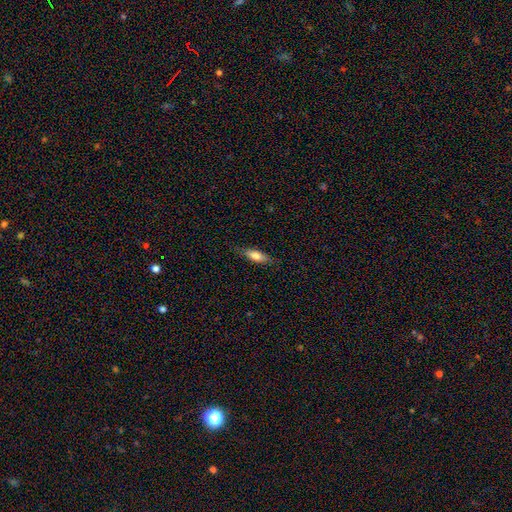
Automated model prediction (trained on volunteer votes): Smooth or featured? smooth (71%)
How rounded? in between (50%)
Merging? none (79%)